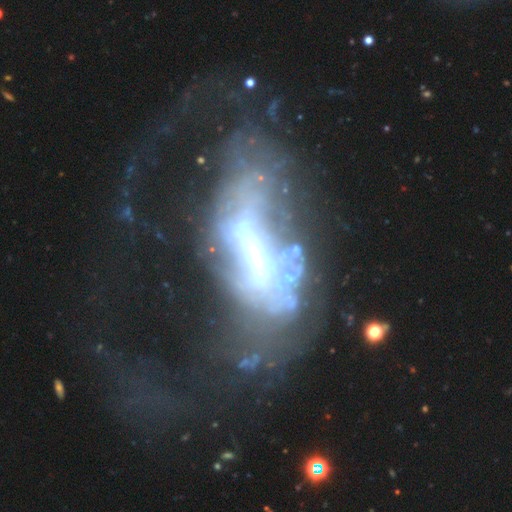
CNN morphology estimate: Smooth or featured: featured or disk — 72% (smooth — 14%)
Edge-on disk: no — 88% (yes — 12%)
Bar: strong — 42% (no — 30%)
Spiral arms: no — 62% (yes — 38%)
Bulge size: moderate — 48% (small — 20%)
Merging: major disturbance — 52% (none — 21%)